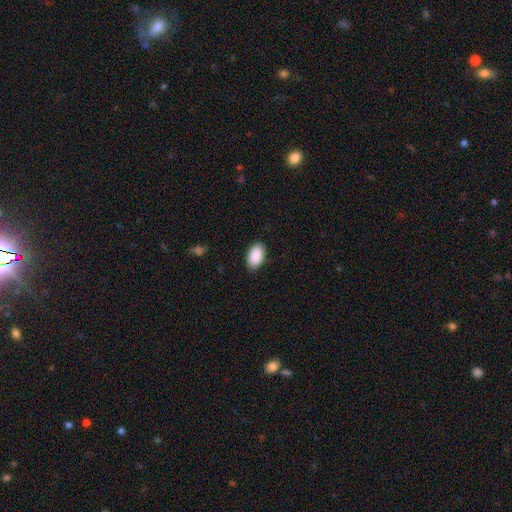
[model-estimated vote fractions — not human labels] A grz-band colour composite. It shows a smooth galaxy with no disk features (91%) that is in between round and cigar-shaped (94%). Merging: none (86%).